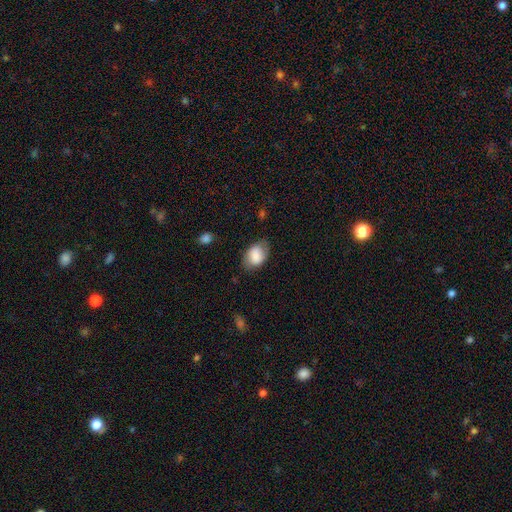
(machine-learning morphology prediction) Smooth or featured? smooth (82%)
How rounded? in between (84%)
Merging? none (74%)